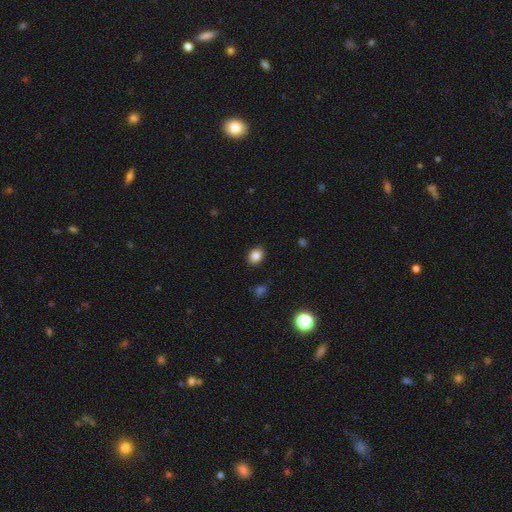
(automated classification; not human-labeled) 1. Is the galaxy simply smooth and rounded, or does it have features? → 84% smooth, 10% star or artifact, 6% featured or disk.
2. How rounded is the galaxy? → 64% in between, 35% round, 1% cigar-shaped.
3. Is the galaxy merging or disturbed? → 88% none, 8% minor disturbance, 2% major disturbance, 1% merger.